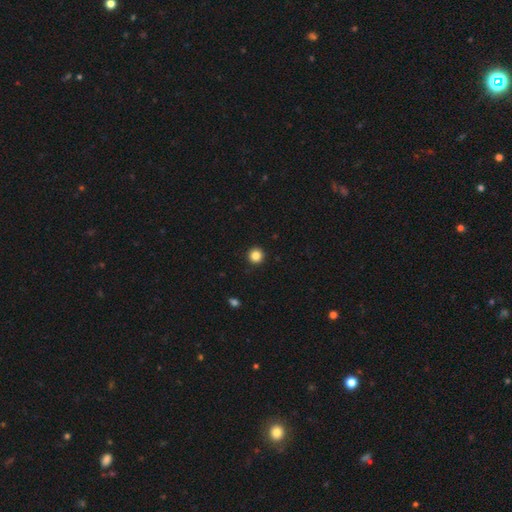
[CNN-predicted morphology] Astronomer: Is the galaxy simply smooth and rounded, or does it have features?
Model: smooth — 85%.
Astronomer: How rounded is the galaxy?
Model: round — 96%.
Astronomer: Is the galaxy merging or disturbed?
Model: none — 94%.